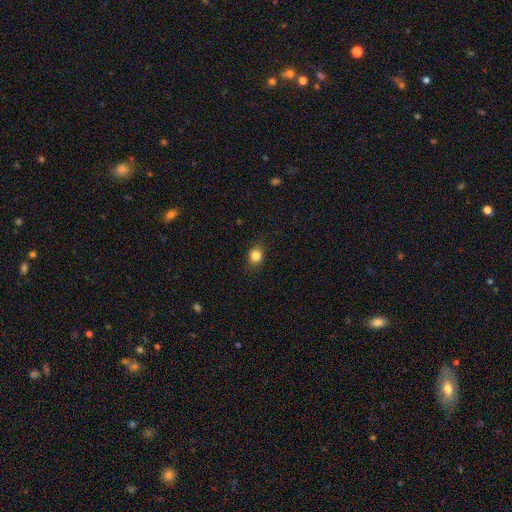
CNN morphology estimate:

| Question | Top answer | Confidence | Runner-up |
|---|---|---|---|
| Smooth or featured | smooth | 83% | star or artifact (11%) |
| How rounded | round | 72% | in between (27%) |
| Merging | none | 81% | minor disturbance (14%) |